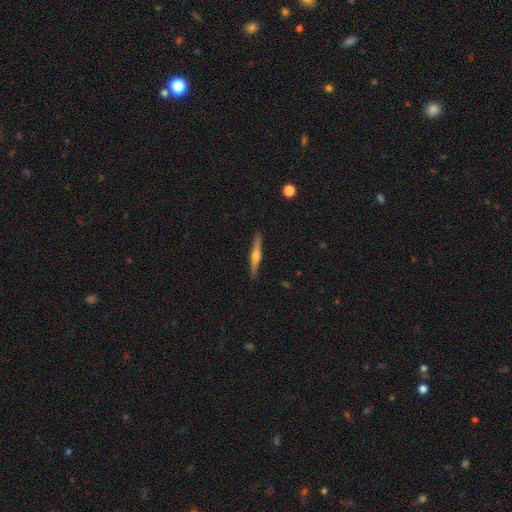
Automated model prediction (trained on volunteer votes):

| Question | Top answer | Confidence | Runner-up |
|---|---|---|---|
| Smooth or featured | featured or disk | 68% | smooth (26%) |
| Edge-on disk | yes | 98% | no (2%) |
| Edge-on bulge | rounded | 90% | none (5%) |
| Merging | none | 91% | minor disturbance (7%) |